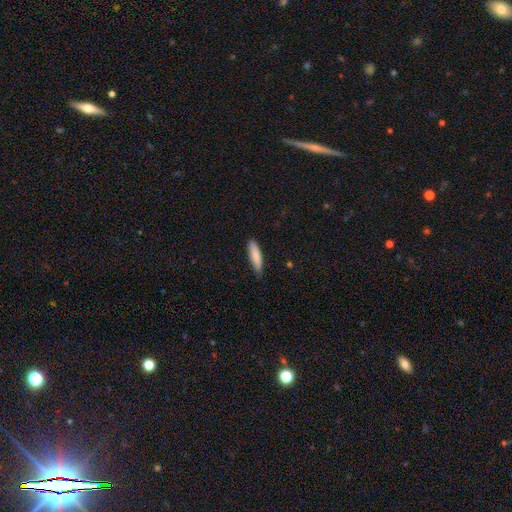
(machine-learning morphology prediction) Smooth or featured: smooth — 83% (featured or disk — 12%)
How rounded: cigar-shaped — 73% (in between — 25%)
Merging: none — 83% (minor disturbance — 14%)